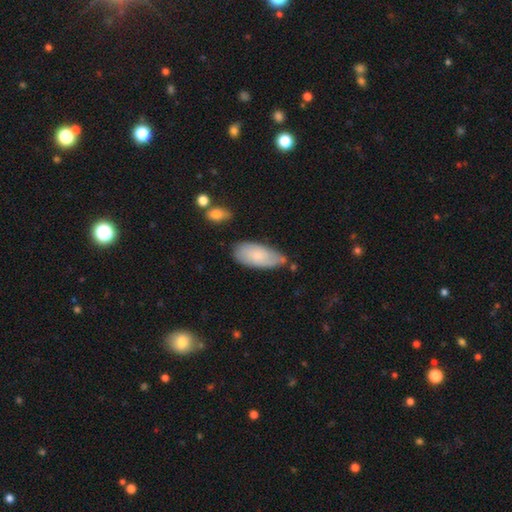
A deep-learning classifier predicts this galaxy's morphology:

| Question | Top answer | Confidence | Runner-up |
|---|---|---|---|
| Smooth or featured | smooth | 72% | featured or disk (21%) |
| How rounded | in between | 90% | cigar-shaped (8%) |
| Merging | none | 60% | minor disturbance (30%) |